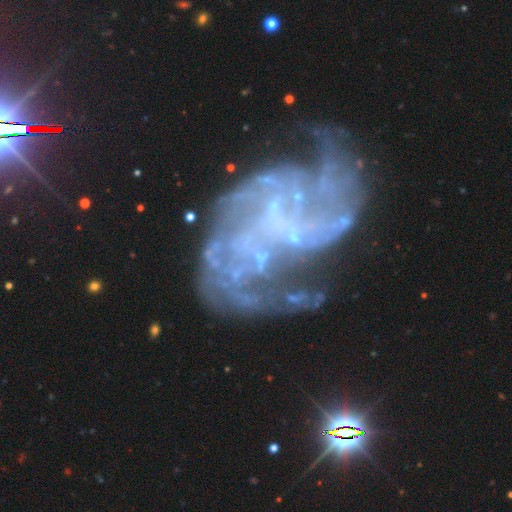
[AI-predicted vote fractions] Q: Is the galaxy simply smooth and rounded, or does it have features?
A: featured or disk — 71%.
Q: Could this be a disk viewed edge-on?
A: no — 96%.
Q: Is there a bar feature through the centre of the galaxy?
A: no — 66%.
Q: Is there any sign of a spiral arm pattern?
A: yes — 56%.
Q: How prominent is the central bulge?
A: none — 60%.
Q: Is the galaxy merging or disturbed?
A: major disturbance — 37%.